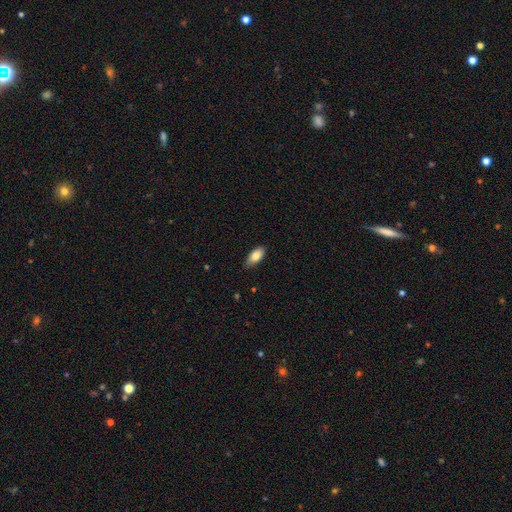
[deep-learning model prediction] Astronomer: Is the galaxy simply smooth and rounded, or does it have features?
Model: smooth — 82%.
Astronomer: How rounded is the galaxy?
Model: in between — 90%.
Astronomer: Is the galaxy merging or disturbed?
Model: none — 82%.